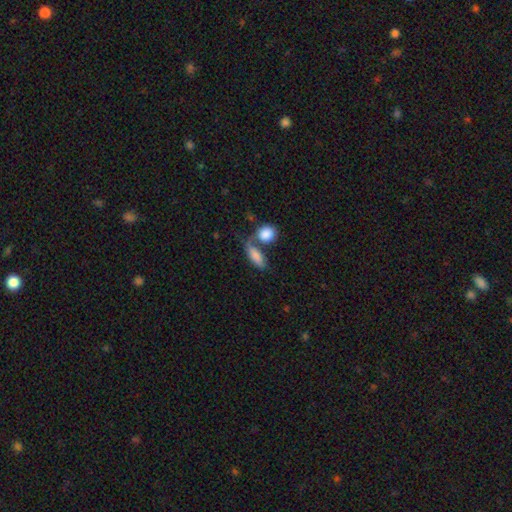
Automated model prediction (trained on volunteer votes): The model was most divided on "merging": merger: 41%, none: 38%, minor disturbance: 13%, major disturbance: 8%. More confident: smooth or featured — smooth (80%); how rounded — in between (71%).